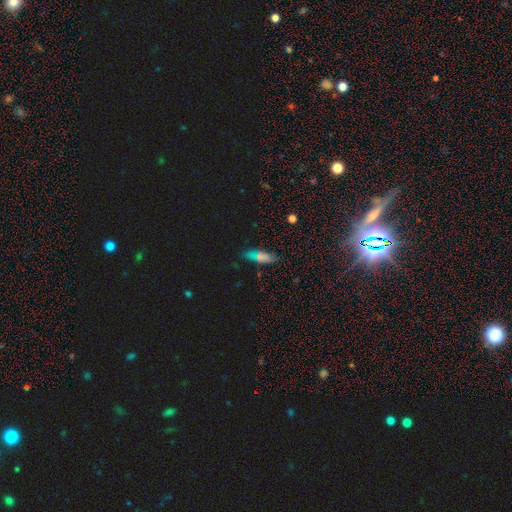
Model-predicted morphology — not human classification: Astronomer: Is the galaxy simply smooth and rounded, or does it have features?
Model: smooth — 42% (runner-up: star or artifact, 33%).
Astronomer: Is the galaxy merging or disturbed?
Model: none — 76%.